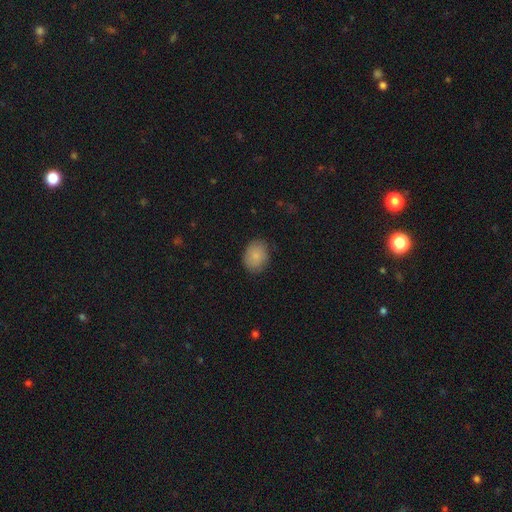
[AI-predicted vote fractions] smooth 86%, star or artifact 7%, featured or disk 7%. Down the decision tree: how rounded — in between (54%); merging — none (83%).